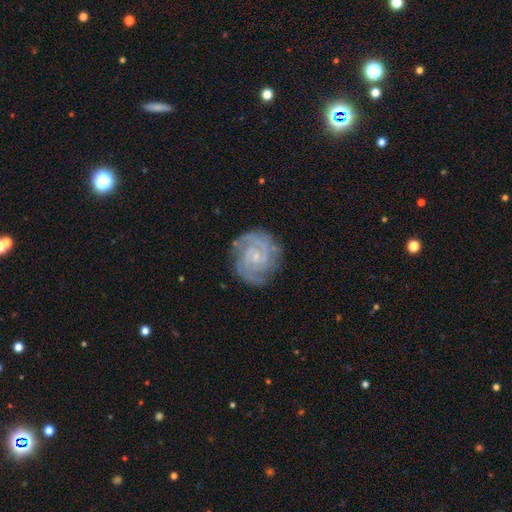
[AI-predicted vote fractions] featured or disk 89%, smooth 6%, star or artifact 5%. Down the decision tree: edge-on disk — no (98%); bar — no (57%); spiral arms — yes (98%); spiral arm count — 2 (56%); spiral winding — tight (66%); bulge size — small (76%); merging — none (80%).